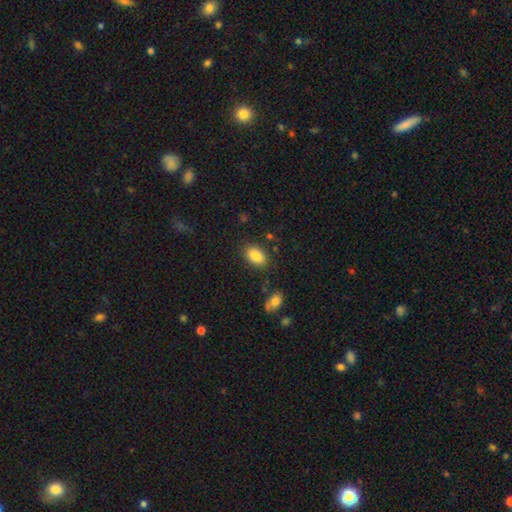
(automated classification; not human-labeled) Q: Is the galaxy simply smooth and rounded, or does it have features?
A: smooth — 85%.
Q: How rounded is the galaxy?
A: in between — 88%.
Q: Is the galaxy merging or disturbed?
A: none — 83%.